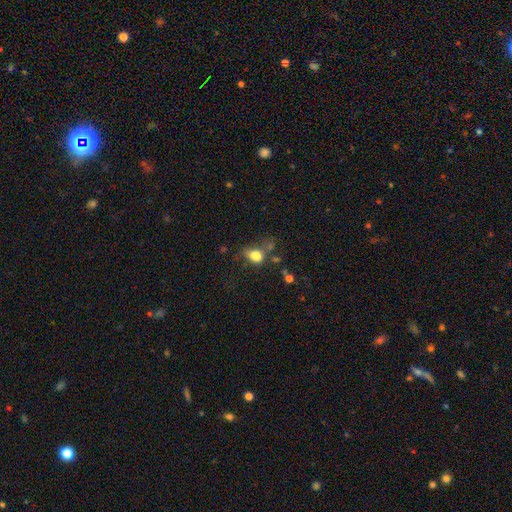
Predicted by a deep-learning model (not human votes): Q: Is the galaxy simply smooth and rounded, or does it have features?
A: smooth — 77%.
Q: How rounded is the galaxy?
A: in between — 65%.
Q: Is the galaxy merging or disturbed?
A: none — 38%.